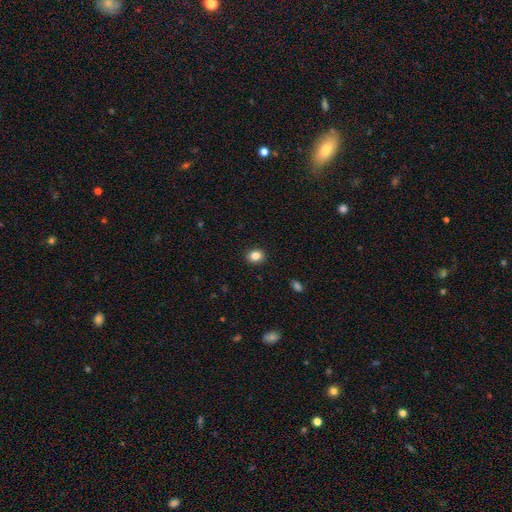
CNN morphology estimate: The model was most divided on "how rounded": round: 57%, in between: 42%, cigar-shaped: 1%. More confident: merging — none (91%); smooth or featured — smooth (84%).